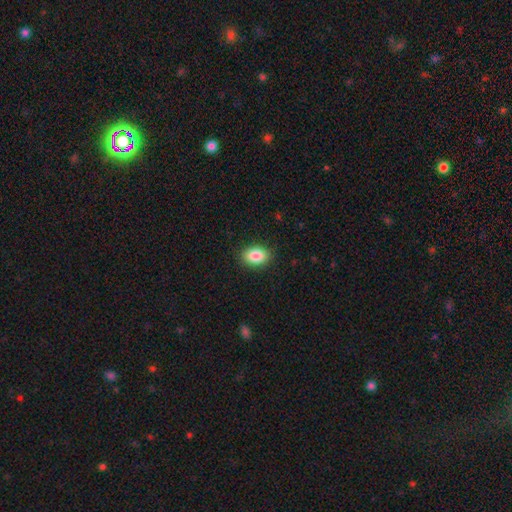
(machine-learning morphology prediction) Overall: smooth (87%). How rounded: in between (83%). Merging: none (88%).